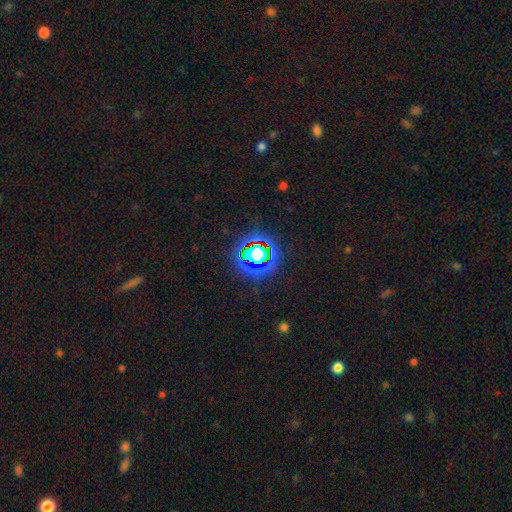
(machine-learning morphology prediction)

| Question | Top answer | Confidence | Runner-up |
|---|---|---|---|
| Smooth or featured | star or artifact | 72% | smooth (17%) |